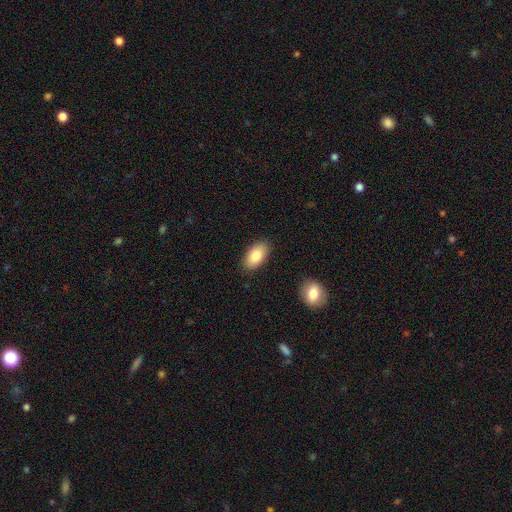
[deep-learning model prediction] A smooth galaxy with no disk features (84%) that is in between round and cigar-shaped (94%).

Vote fractions:
- Smooth or featured? smooth: 84% / featured or disk: 10% / star or artifact: 7%
- How rounded? in between: 94% / round: 4% / cigar-shaped: 2%
- Merging? none: 87% / minor disturbance: 9% / major disturbance: 2% / merger: 1%